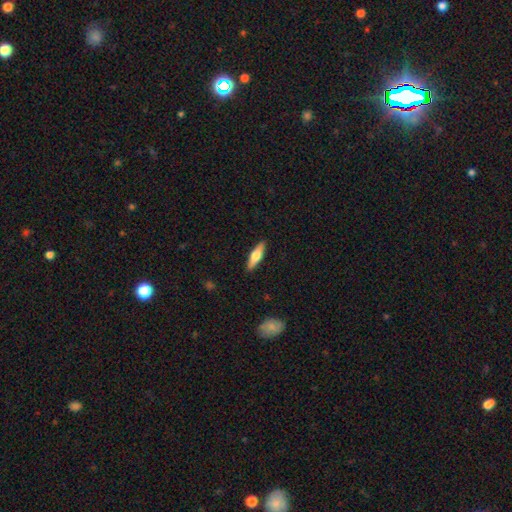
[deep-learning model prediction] smooth_or_featured: smooth (p=0.52) [alt: featured or disk p=0.42]
how_rounded: cigar-shaped (p=0.64) [alt: in between p=0.34]
merging: none (p=0.90) [alt: minor disturbance p=0.07]